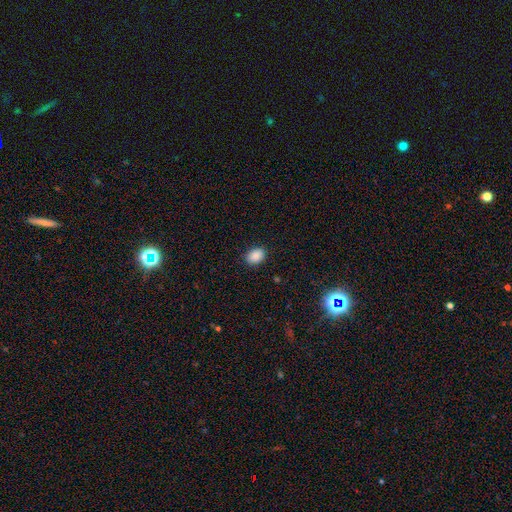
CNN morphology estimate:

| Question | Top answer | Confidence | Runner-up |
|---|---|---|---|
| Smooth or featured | smooth | 89% | star or artifact (8%) |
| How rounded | in between | 73% | round (26%) |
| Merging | none | 88% | minor disturbance (8%) |